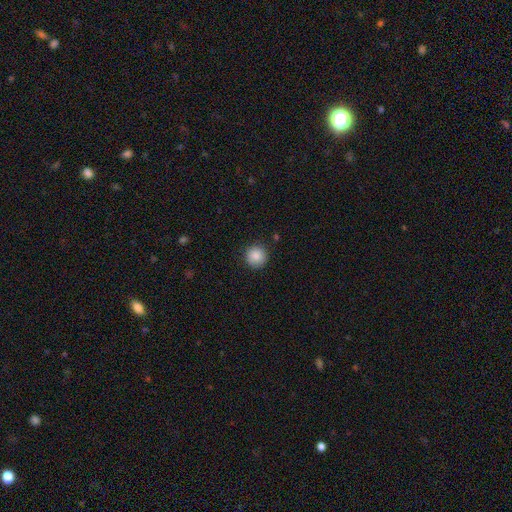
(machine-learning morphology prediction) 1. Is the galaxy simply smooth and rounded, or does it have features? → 87% smooth, 9% star or artifact, 5% featured or disk.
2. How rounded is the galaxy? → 95% round, 4% in between, 1% cigar-shaped.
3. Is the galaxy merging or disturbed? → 90% none, 7% minor disturbance, 2% major disturbance, 1% merger.